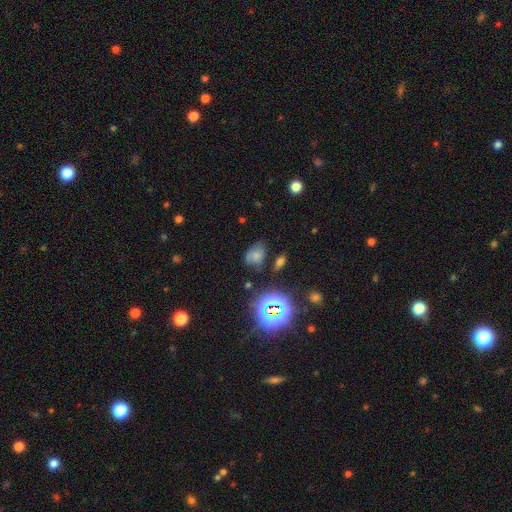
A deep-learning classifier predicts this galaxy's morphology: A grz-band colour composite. It shows a smooth galaxy with no disk features (56%) that is in between round and cigar-shaped (72%). Merging: none (52%).